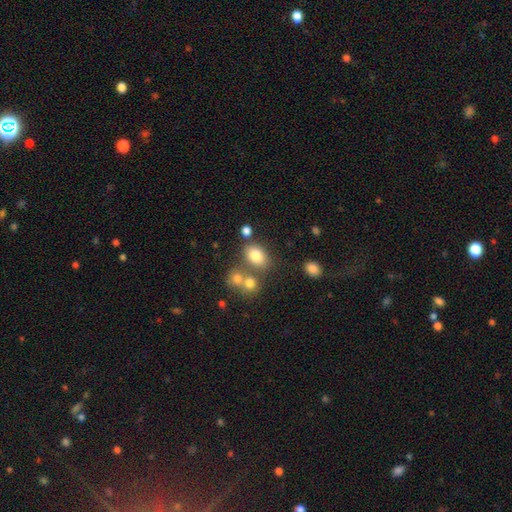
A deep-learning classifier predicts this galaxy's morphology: smooth 79%, star or artifact 11%, featured or disk 10%. Down the decision tree: how rounded — in between (75%); merging — none (61%).